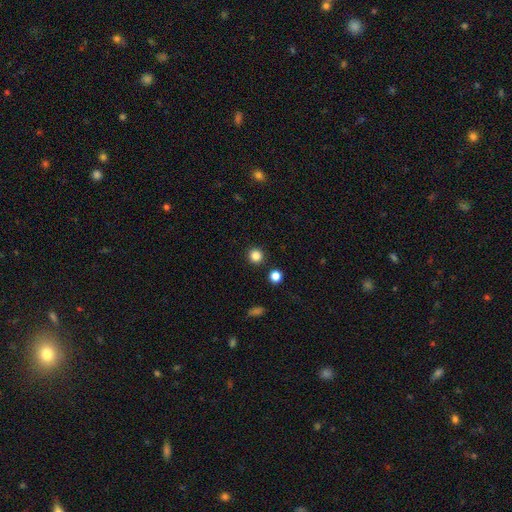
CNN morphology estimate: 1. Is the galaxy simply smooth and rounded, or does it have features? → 84% smooth, 12% star or artifact, 4% featured or disk.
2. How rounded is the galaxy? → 93% round, 6% in between, 1% cigar-shaped.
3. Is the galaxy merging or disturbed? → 91% none, 5% minor disturbance, 3% merger, 2% major disturbance.